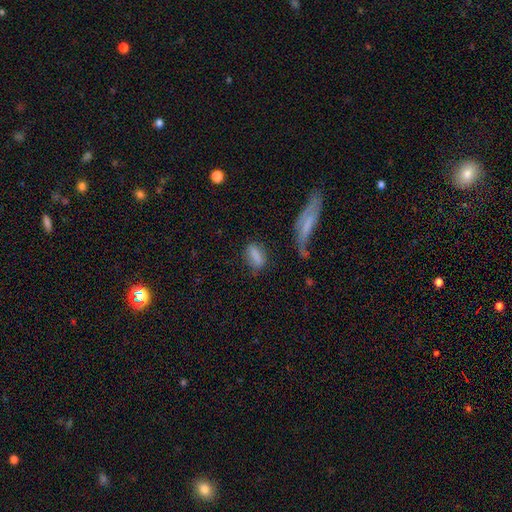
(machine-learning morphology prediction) type=smooth (80%); roundness=in between (76%); merging=none (67%).